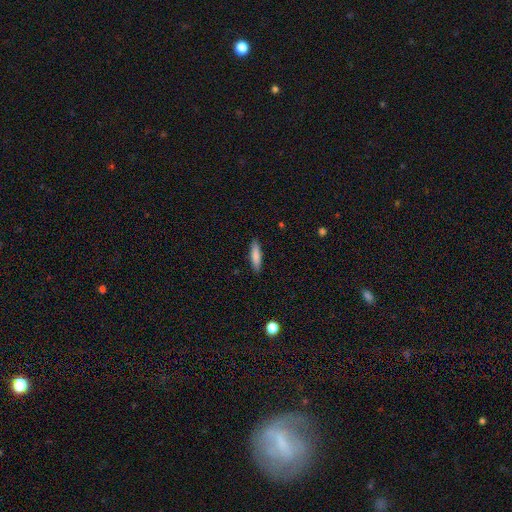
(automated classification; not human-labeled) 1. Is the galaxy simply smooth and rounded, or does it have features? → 83% smooth, 11% featured or disk, 6% star or artifact.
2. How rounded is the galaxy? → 73% cigar-shaped, 26% in between, 1% round.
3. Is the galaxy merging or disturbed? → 89% none, 8% minor disturbance, 2% major disturbance, 1% merger.